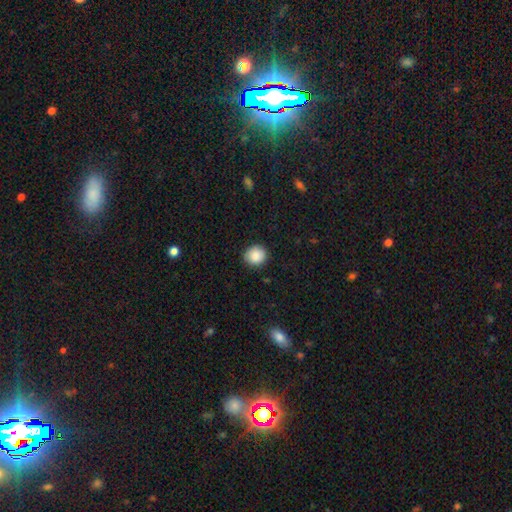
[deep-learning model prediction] Q: Smooth or featured?
A: smooth (87%); runner-up: star or artifact (8%)
Q: How rounded?
A: round (86%); runner-up: in between (13%)
Q: Merging?
A: none (89%); runner-up: minor disturbance (8%)